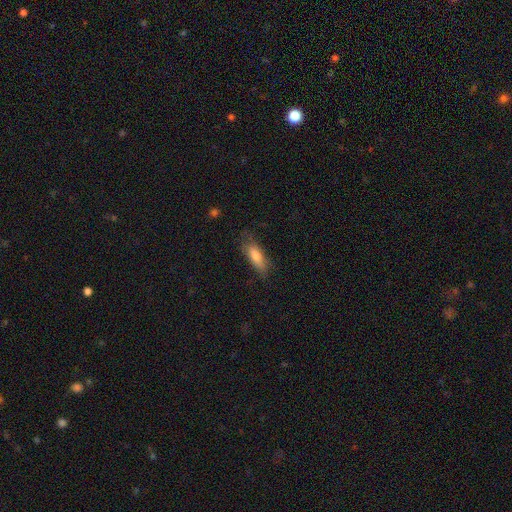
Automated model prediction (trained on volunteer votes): This is likely a smooth galaxy (78%). How rounded: possibly in between (58%). Merging: likely none (68%).